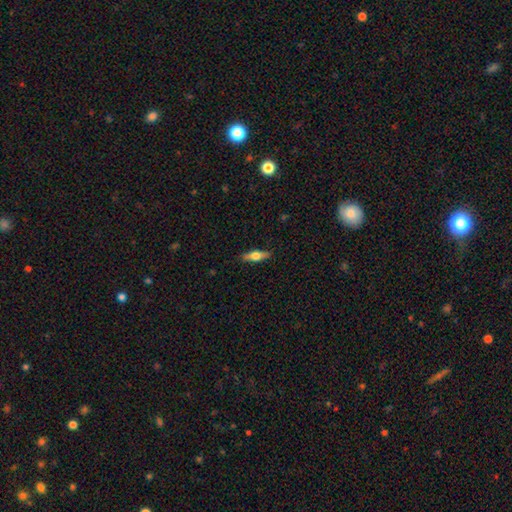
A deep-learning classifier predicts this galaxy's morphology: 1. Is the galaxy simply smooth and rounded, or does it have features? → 50% smooth, 44% featured or disk, 6% star or artifact.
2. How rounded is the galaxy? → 54% cigar-shaped, 43% in between, 3% round.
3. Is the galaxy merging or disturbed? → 86% none, 11% minor disturbance, 2% major disturbance, 1% merger.